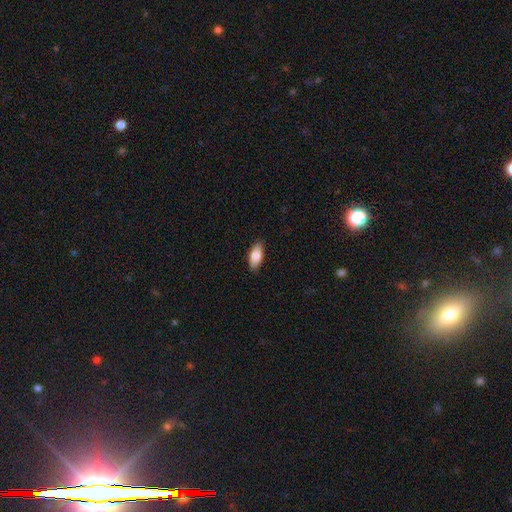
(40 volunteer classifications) Volunteers were most divided on "smooth or featured": smooth: 82%, featured or disk: 15%, star or artifact: 2%. More confident: merging — none (92%); how rounded — in between (88%).